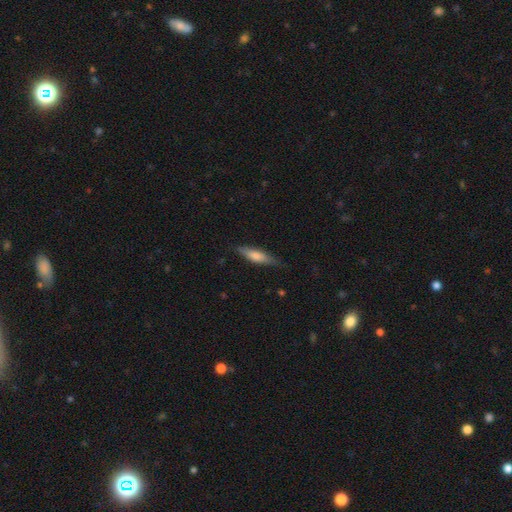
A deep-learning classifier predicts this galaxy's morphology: smooth-or-featured: smooth: 61% | featured or disk: 33% | star or artifact: 6%
  how-rounded: cigar-shaped: 77% | in between: 21% | round: 2%
  merging: none: 81% | minor disturbance: 15% | major disturbance: 3% | merger: 1%